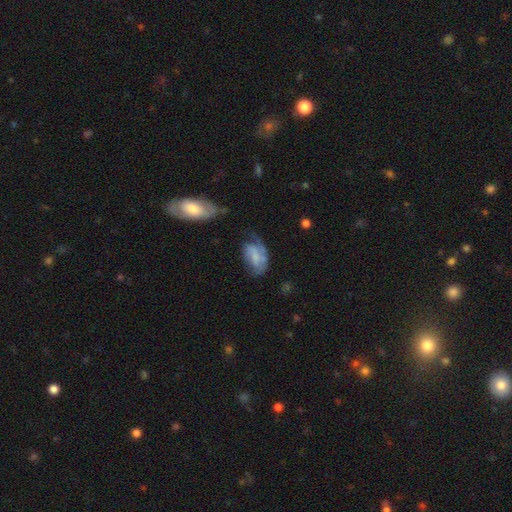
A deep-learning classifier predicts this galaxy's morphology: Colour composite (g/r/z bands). It shows a smooth galaxy with no disk features (50%) that is in between round and cigar-shaped (91%). Merging: none (36%).